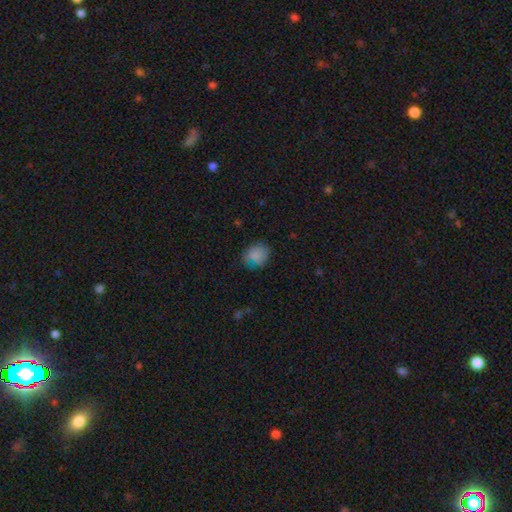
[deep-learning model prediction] A smooth galaxy with no disk features (80%) that is round (57%).

Vote fractions:
- Smooth or featured? smooth: 80% / featured or disk: 11% / star or artifact: 10%
- How rounded? round: 57% / in between: 42% / cigar-shaped: 1%
- Merging? none: 66% / minor disturbance: 24% / major disturbance: 8% / merger: 2%